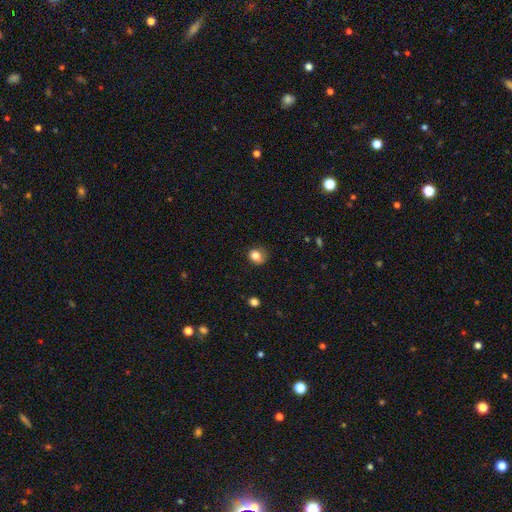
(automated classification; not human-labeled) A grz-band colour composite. It shows a smooth galaxy with no disk features (82%) that is round (72%). Merging: none (67%).